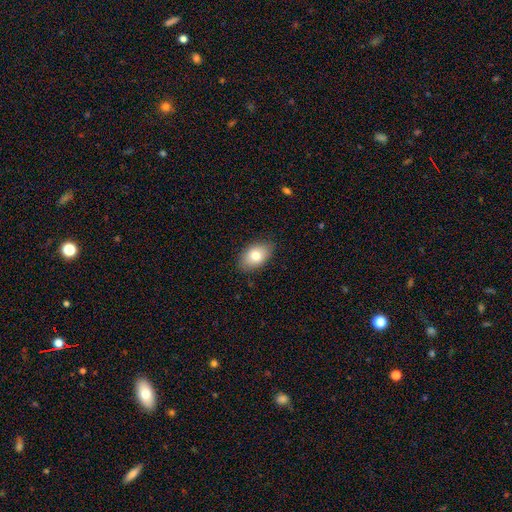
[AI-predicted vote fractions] Smooth or featured?
  - smooth: 80% *
  - featured or disk: 13%
  - star or artifact: 7%
How rounded?
  - in between: 88% *
  - round: 11%
  - cigar-shaped: 1%
Merging?
  - none: 84% *
  - minor disturbance: 13%
  - major disturbance: 2%
  - merger: 1%